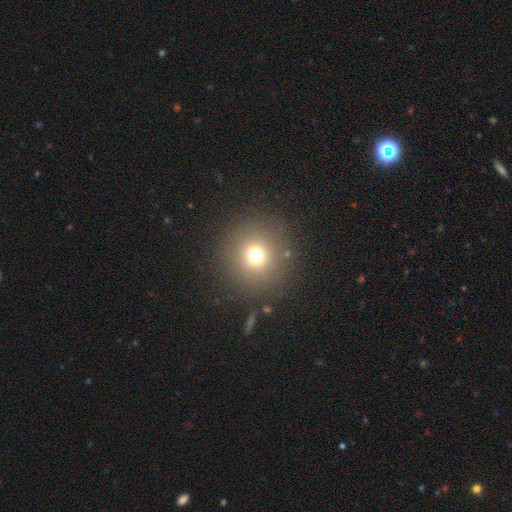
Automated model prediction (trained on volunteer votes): This is likely a smooth galaxy (71%). How rounded: clearly round (94%). Merging: clearly none (87%).